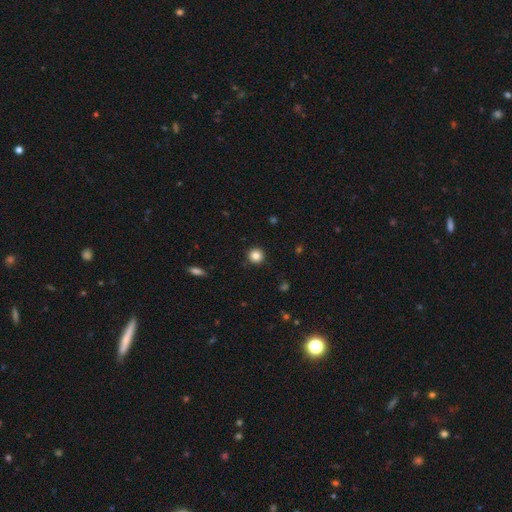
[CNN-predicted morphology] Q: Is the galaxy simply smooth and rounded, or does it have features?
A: smooth — 84%.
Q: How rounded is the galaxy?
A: round — 95%.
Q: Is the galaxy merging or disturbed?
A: none — 92%.